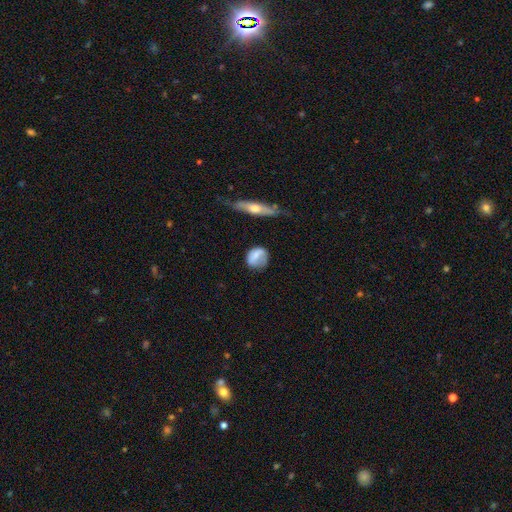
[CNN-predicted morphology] smooth 71%, featured or disk 21%, star or artifact 7%. Down the decision tree: how rounded — round (60%); merging — none (55%).